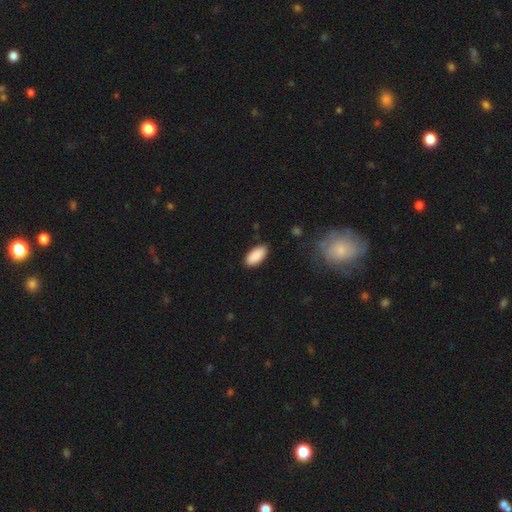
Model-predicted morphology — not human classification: This is clearly a smooth galaxy (90%). How rounded: clearly in between (93%). Merging: clearly none (86%).